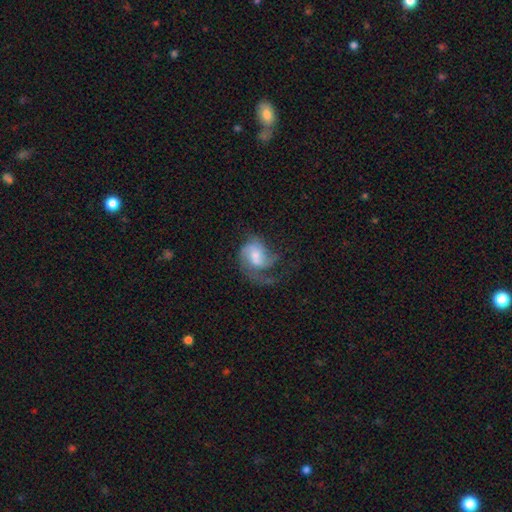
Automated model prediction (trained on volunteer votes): A featured or disk galaxy (65%) with no bar (61%), 1 (37%) medium (42%) spiral arms (86%) and a moderate central bulge (44%). Merging: major disturbance (45%).